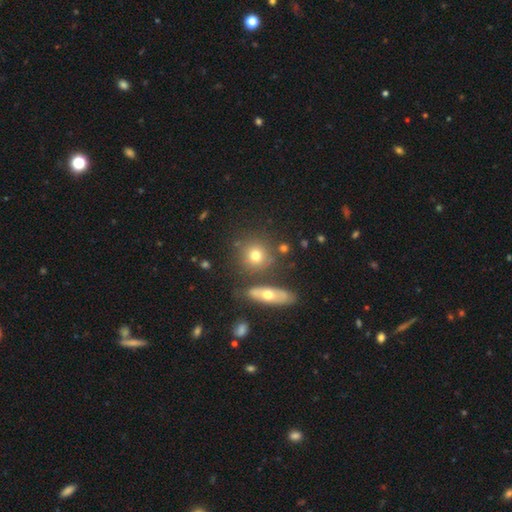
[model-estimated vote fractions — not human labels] Morphology: type=smooth (70%); roundness=round (82%); merging=none (72%).